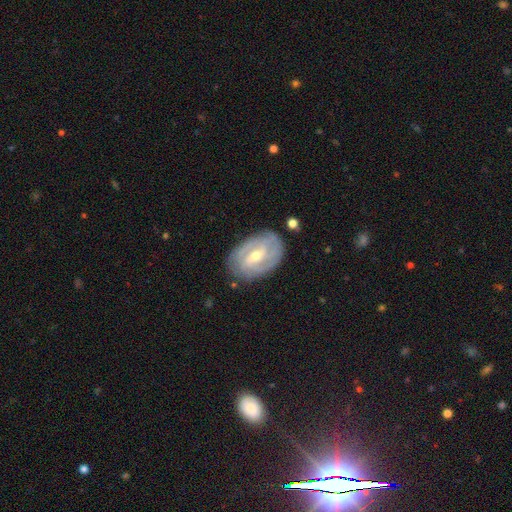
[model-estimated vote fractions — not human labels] Smooth or featured: featured or disk — 83% (smooth — 12%)
Edge-on disk: no — 96% (yes — 4%)
Bar: weak — 49% (strong — 30%)
Spiral arms: yes — 92% (no — 8%)
Spiral winding: tight — 60% (medium — 31%)
Spiral arm count: 2 — 43% (can't tell — 23%)
Bulge size: small — 50% (moderate — 47%)
Merging: none — 80% (minor disturbance — 15%)